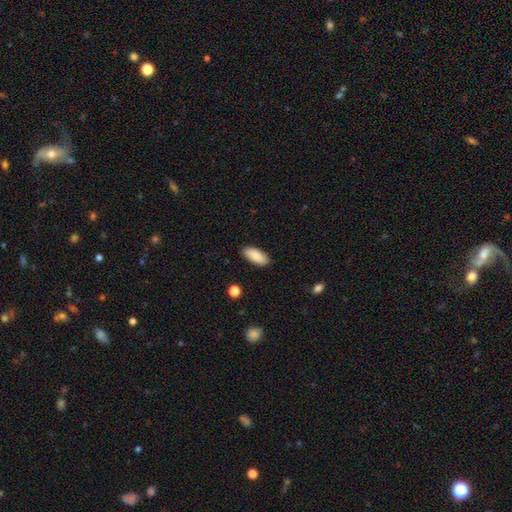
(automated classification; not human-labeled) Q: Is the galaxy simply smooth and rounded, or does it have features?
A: smooth — 87%.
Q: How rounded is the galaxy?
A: in between — 88%.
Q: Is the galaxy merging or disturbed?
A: none — 88%.